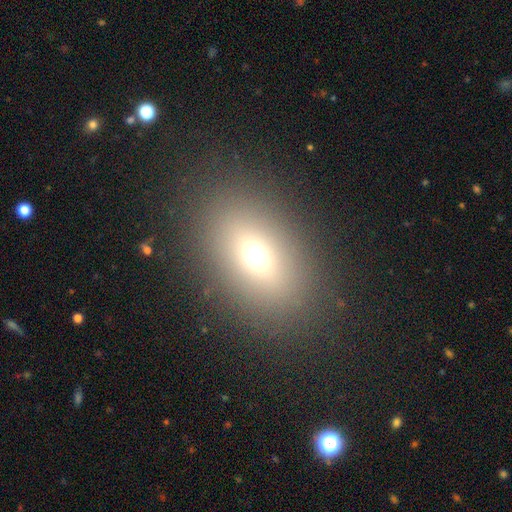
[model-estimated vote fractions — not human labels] smooth 67%, star or artifact 17%, featured or disk 16%. Down the decision tree: how rounded — in between (79%); merging — none (87%).